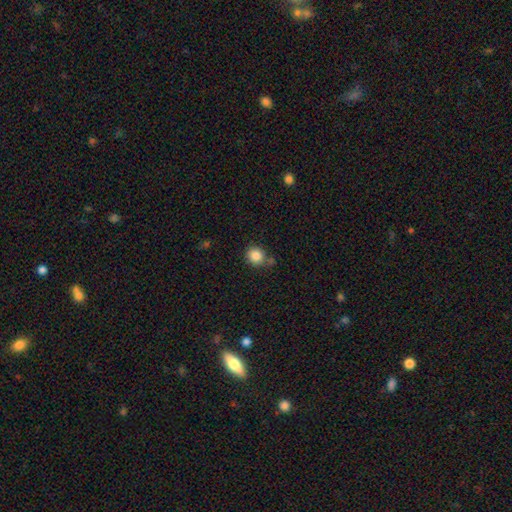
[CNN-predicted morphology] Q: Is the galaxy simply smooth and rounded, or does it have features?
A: smooth — 85%.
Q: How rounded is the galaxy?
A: round — 85%.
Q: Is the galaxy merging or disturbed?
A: none — 73%.